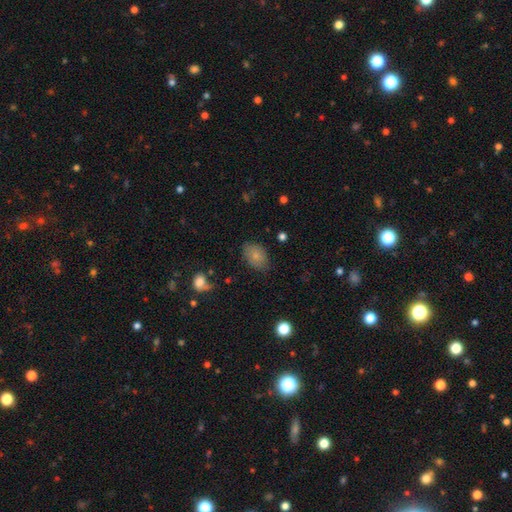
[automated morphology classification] This is likely a smooth galaxy (78%). How rounded: clearly in between (83%). Merging: likely none (74%).